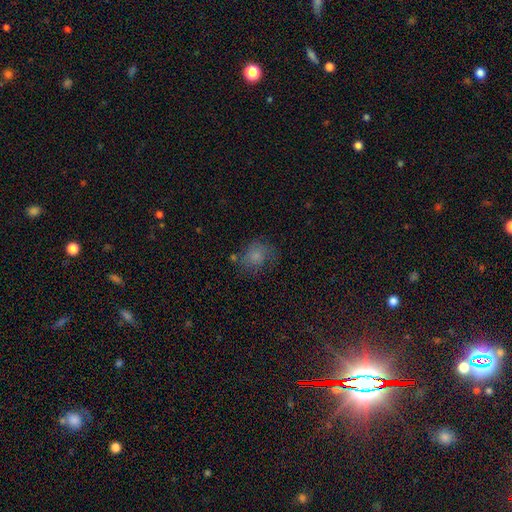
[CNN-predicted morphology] A smooth galaxy with no disk features (71%) that is round (62%).

Vote fractions:
- Smooth or featured? smooth: 71% / featured or disk: 16% / star or artifact: 14%
- How rounded? round: 62% / in between: 37% / cigar-shaped: 1%
- Merging? none: 54% / minor disturbance: 25% / major disturbance: 15% / merger: 6%